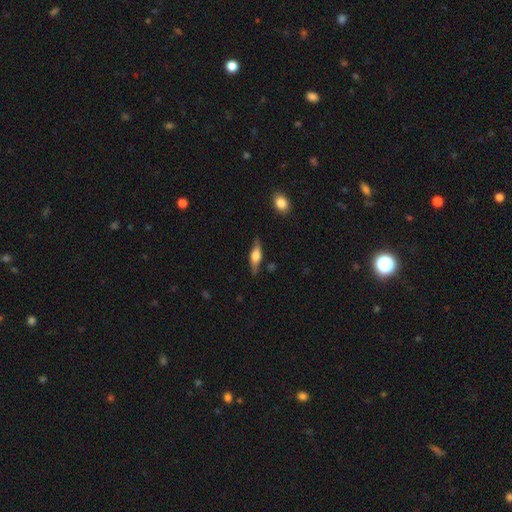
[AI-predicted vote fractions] featured or disk 48%, smooth 45%, star or artifact 7%. Down the decision tree: merging — none (79%).